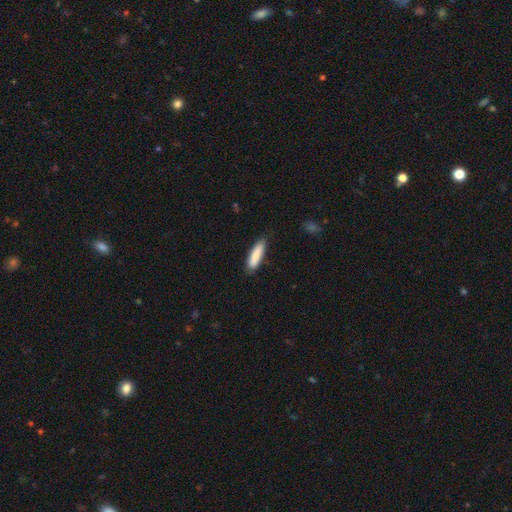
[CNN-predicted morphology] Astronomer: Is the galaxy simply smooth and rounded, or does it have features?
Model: smooth — 83%.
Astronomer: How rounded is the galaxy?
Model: cigar-shaped — 65%.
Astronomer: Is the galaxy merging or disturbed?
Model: none — 82%.